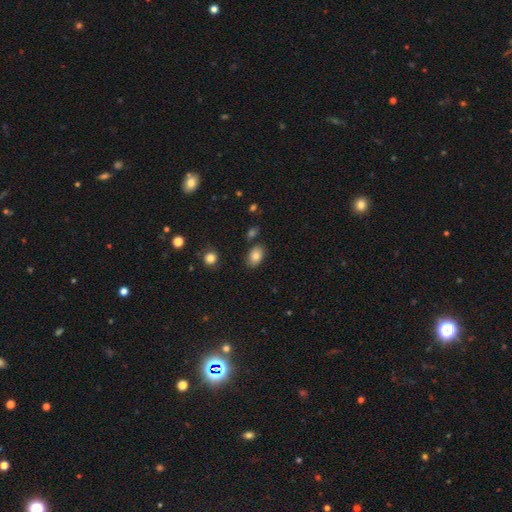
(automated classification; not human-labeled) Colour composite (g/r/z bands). It shows a smooth galaxy with no disk features (80%) that is in between round and cigar-shaped (85%). Merging: none (80%).